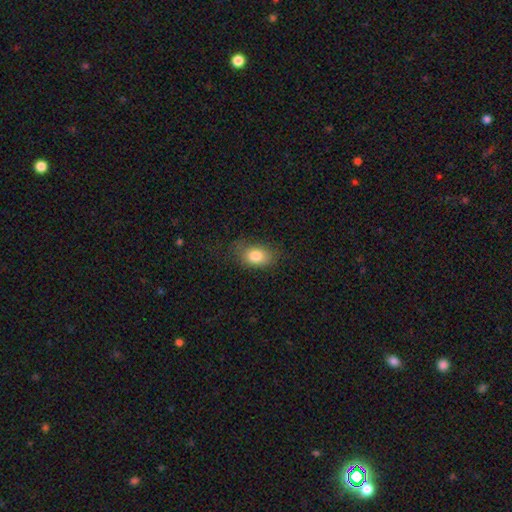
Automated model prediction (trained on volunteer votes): The model was most divided on "merging": none: 69%, minor disturbance: 21%, major disturbance: 8%, merger: 1%. More confident: how rounded — in between (83%); smooth or featured — smooth (82%).